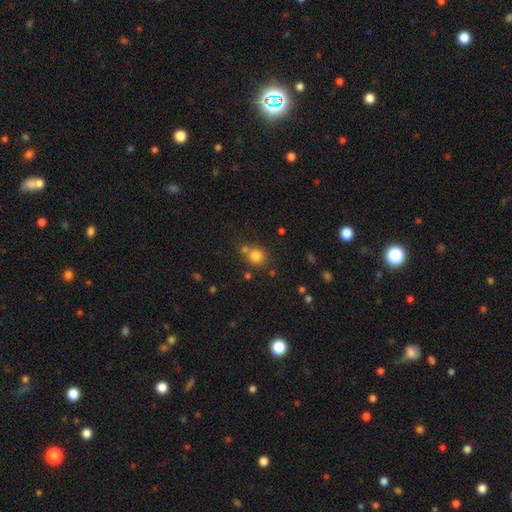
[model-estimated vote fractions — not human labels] This appears to be a smooth galaxy with no disk features (79%) that is round (86%). Merging: none (61%).